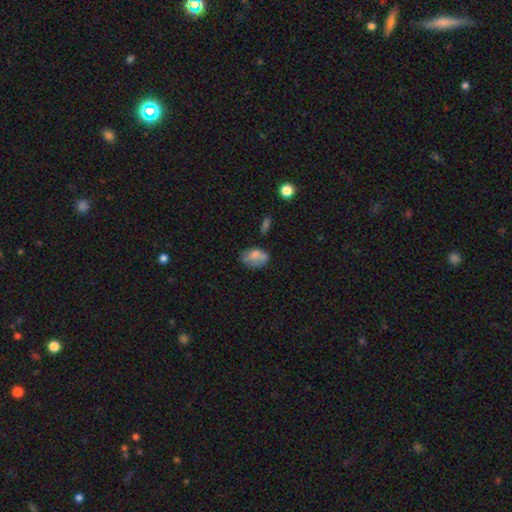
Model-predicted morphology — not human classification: Q: Smooth or featured?
A: smooth (70%); runner-up: featured or disk (20%)
Q: How rounded?
A: in between (82%); runner-up: round (17%)
Q: Merging?
A: none (51%); runner-up: minor disturbance (30%)